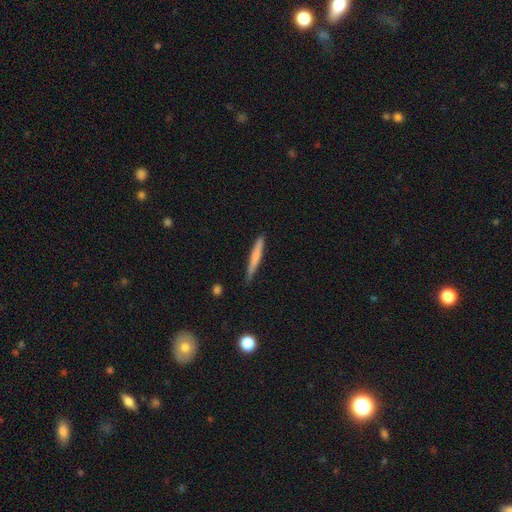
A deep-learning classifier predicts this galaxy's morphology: Q: Smooth or featured?
A: smooth (67%); runner-up: featured or disk (27%)
Q: How rounded?
A: cigar-shaped (95%); runner-up: in between (3%)
Q: Merging?
A: none (80%); runner-up: minor disturbance (16%)